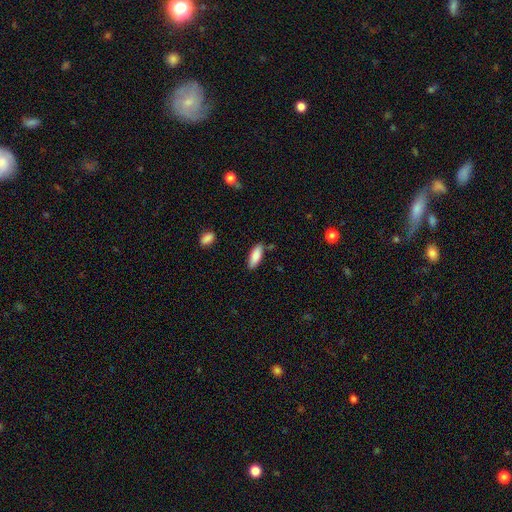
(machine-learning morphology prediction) Q: Smooth or featured?
A: smooth (85%); runner-up: featured or disk (9%)
Q: How rounded?
A: in between (71%); runner-up: cigar-shaped (27%)
Q: Merging?
A: none (82%); runner-up: minor disturbance (13%)